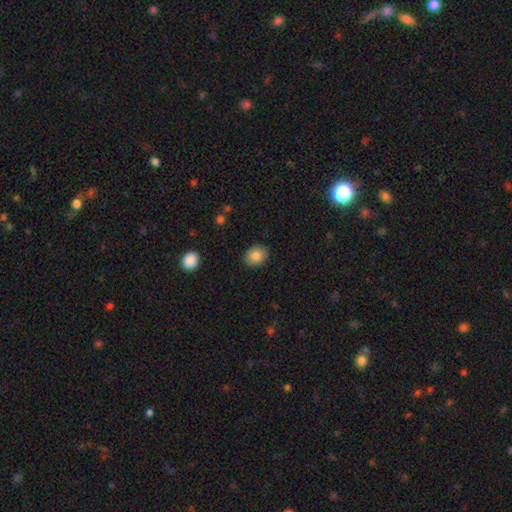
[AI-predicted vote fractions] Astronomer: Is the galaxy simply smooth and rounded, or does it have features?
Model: smooth — 84%.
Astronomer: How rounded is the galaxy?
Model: in between — 55% (runner-up: round, 44%).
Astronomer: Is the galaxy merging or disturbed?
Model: none — 88%.